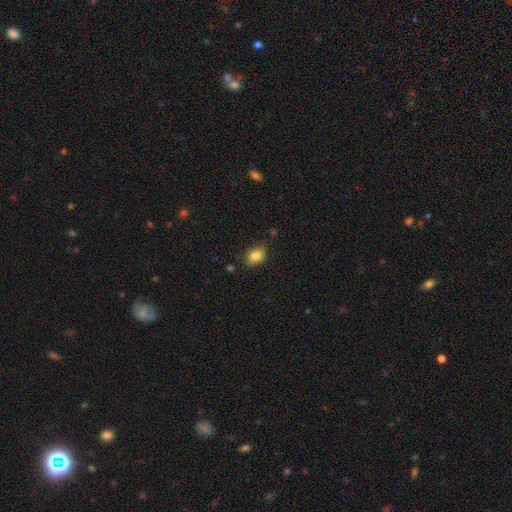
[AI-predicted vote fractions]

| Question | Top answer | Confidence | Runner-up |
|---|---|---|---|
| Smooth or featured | smooth | 83% | star or artifact (10%) |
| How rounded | in between | 57% | round (41%) |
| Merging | none | 71% | minor disturbance (22%) |